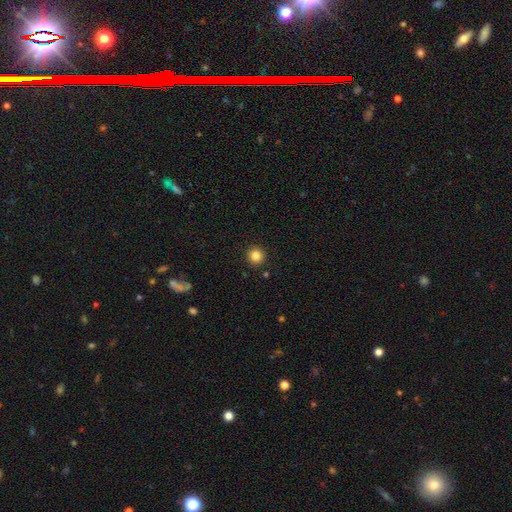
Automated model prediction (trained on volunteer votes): A smooth galaxy with no disk features (84%) that is round (96%). Merging: none (92%).